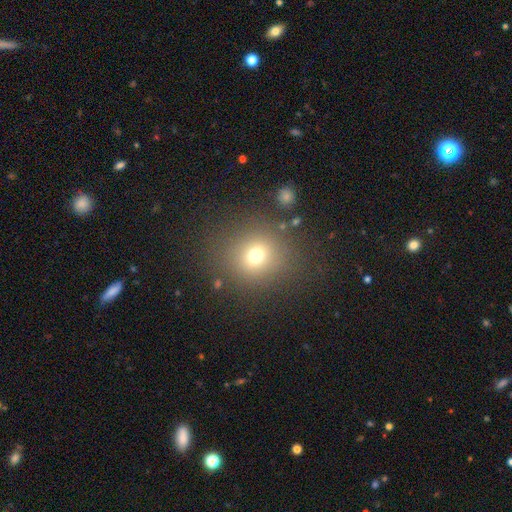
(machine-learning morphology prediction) smooth_or_featured: smooth (p=0.70) [alt: star or artifact p=0.19]
how_rounded: round (p=0.85) [alt: in between p=0.14]
merging: none (p=0.82) [alt: minor disturbance p=0.09]